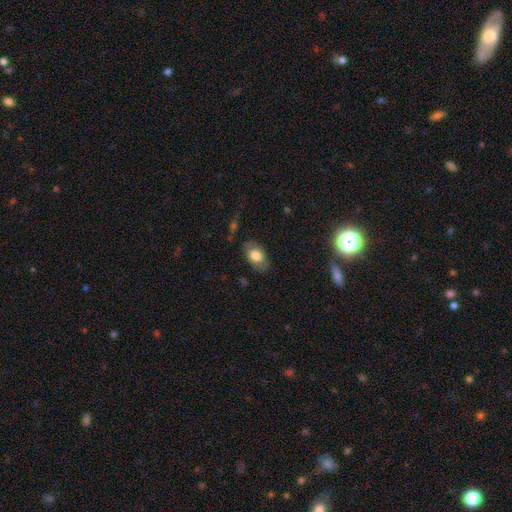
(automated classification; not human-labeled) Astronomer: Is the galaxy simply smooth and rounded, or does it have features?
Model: smooth — 68%.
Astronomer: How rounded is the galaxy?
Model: in between — 89%.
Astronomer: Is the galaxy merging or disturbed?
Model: none — 79%.